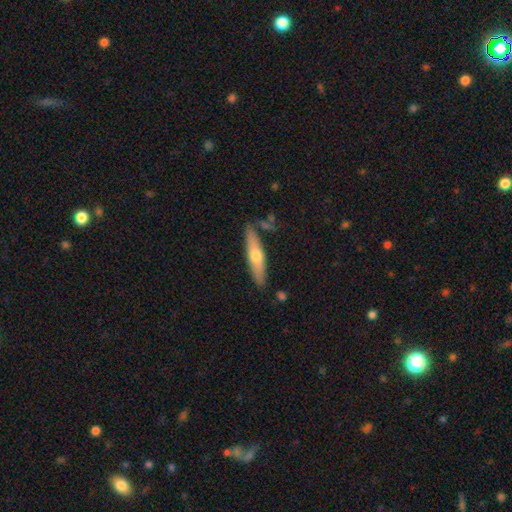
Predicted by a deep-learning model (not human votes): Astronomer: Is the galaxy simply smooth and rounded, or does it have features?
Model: smooth — 53% (runner-up: featured or disk, 41%).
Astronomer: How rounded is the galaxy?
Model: cigar-shaped — 79%.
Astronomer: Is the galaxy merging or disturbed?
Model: none — 82%.